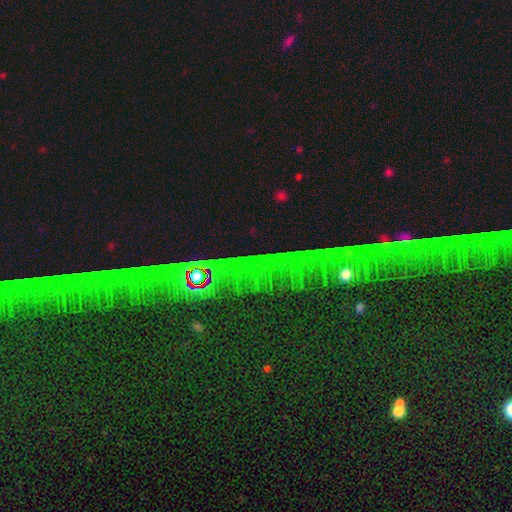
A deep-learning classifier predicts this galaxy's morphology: smooth_or_featured: star or artifact (p=0.79) [alt: featured or disk p=0.11]